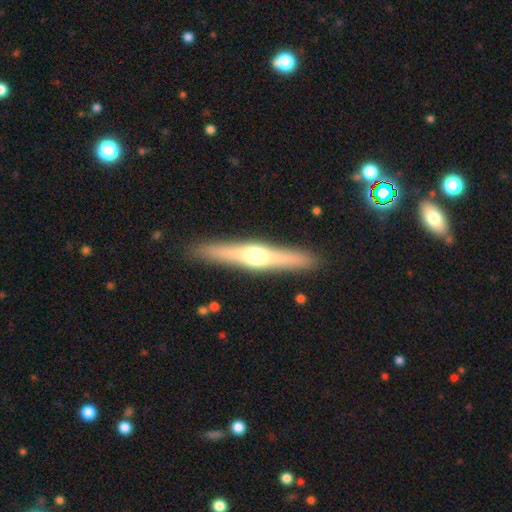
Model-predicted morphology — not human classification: Q: Smooth or featured?
A: featured or disk (64%); runner-up: smooth (30%)
Q: Edge-on disk?
A: yes (96%); runner-up: no (4%)
Q: Edge-on bulge?
A: rounded (93%); runner-up: boxy (4%)
Q: Merging?
A: none (90%); runner-up: minor disturbance (7%)